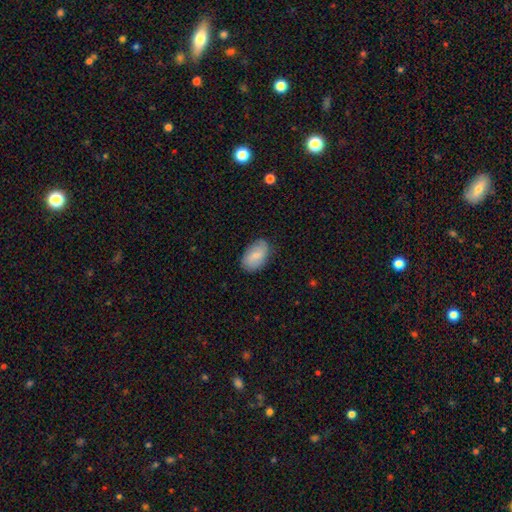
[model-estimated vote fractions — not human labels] This appears to be a smooth galaxy with no disk features (73%) that is in between round and cigar-shaped (93%). Merging: none (83%).